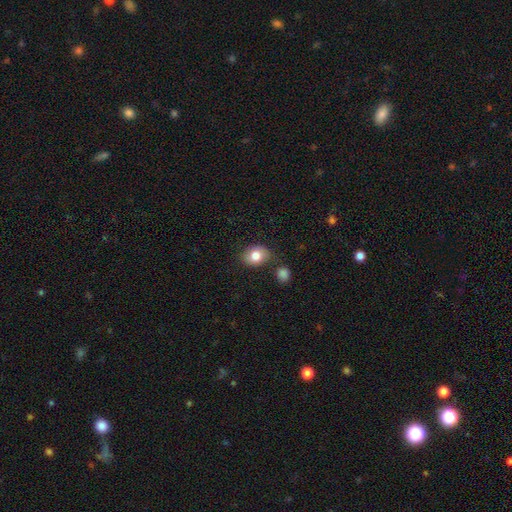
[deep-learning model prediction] A smooth galaxy with no disk features (82%) that is in between round and cigar-shaped (57%). Merging: none (75%).